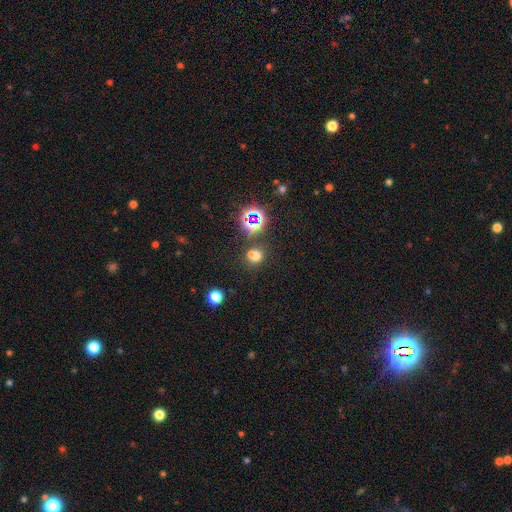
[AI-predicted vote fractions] Smooth or featured: smooth — 61% (star or artifact — 31%)
How rounded: round — 63% (in between — 36%)
Merging: none — 57% (merger — 26%)